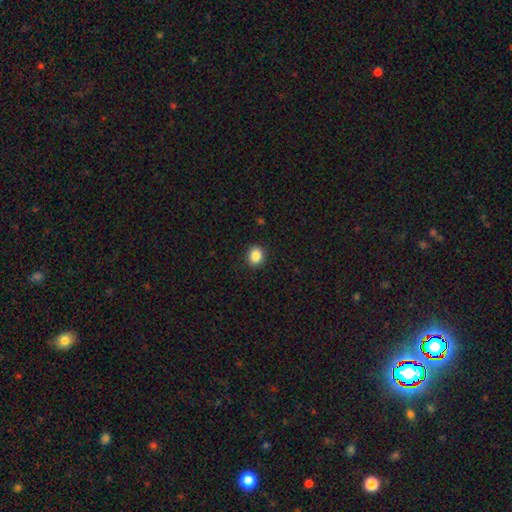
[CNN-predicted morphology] A smooth galaxy with no disk features (87%) that is round (74%). Merging: none (91%).